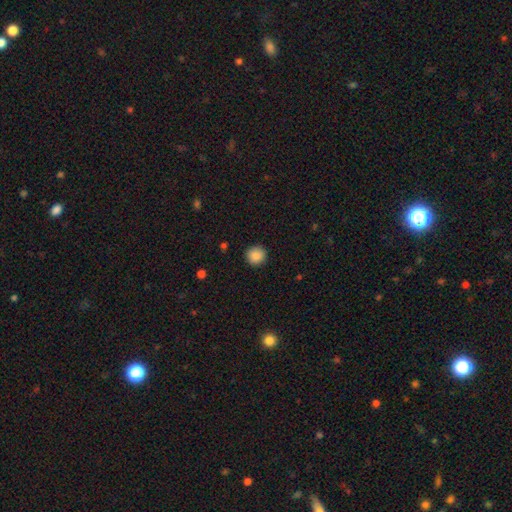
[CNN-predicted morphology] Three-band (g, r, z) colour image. It shows a smooth galaxy with no disk features (87%) that is round (93%). Merging: none (91%).